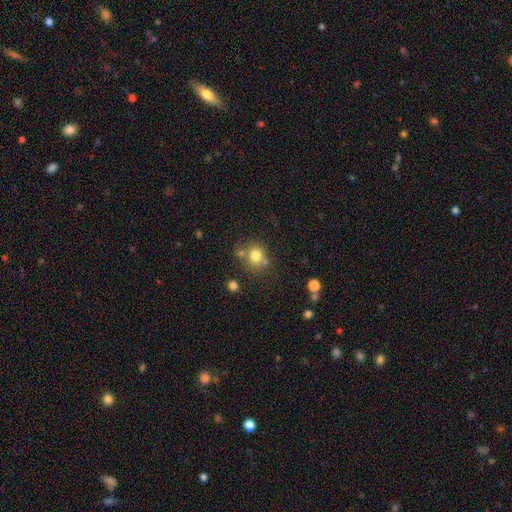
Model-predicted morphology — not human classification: smooth-or-featured: smooth: 78% | star or artifact: 13% | featured or disk: 9%
  how-rounded: round: 73% | in between: 26% | cigar-shaped: 1%
  merging: none: 62% | merger: 19% | minor disturbance: 14% | major disturbance: 6%